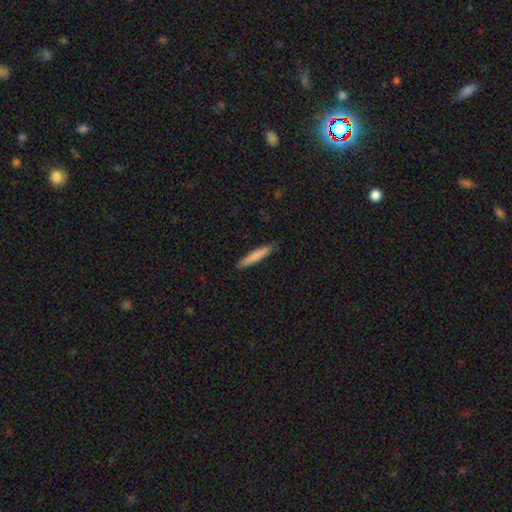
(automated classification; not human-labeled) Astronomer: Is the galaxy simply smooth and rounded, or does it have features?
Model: smooth — 78%.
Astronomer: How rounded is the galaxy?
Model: cigar-shaped — 92%.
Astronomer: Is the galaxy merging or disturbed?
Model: none — 88%.